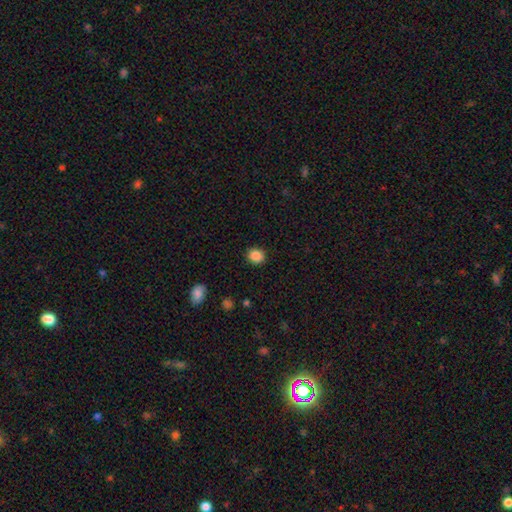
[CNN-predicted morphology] A smooth galaxy with no disk features (87%) that is round (81%).

Vote fractions:
- Smooth or featured? smooth: 87% / star or artifact: 10% / featured or disk: 3%
- How rounded? round: 81% / in between: 19% / cigar-shaped: 1%
- Merging? none: 90% / minor disturbance: 7% / major disturbance: 2% / merger: 1%